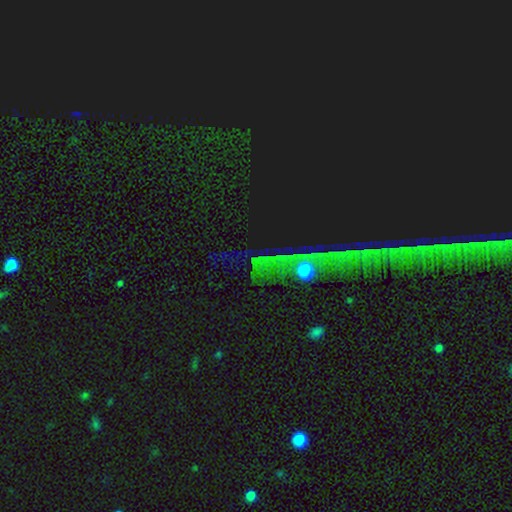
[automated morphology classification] smooth_or_featured: star or artifact (p=0.66) [alt: smooth p=0.18]